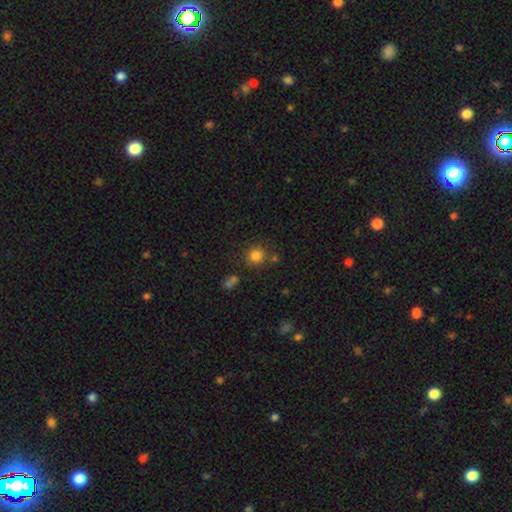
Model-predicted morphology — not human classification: Smooth or featured? smooth (81%)
How rounded? round (90%)
Merging? none (76%)